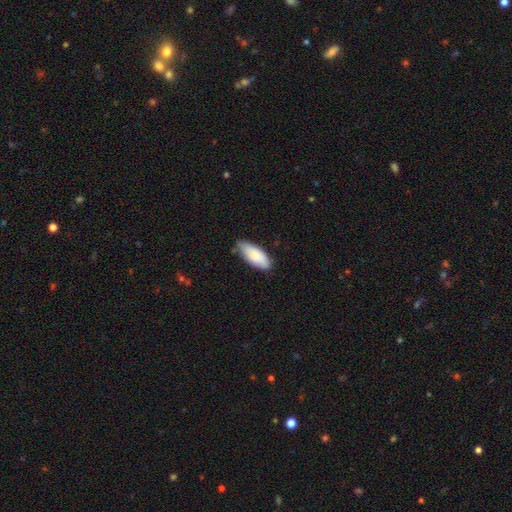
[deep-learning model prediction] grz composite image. It shows a smooth galaxy with no disk features (85%) that is in between round and cigar-shaped (82%). Merging: none (70%).